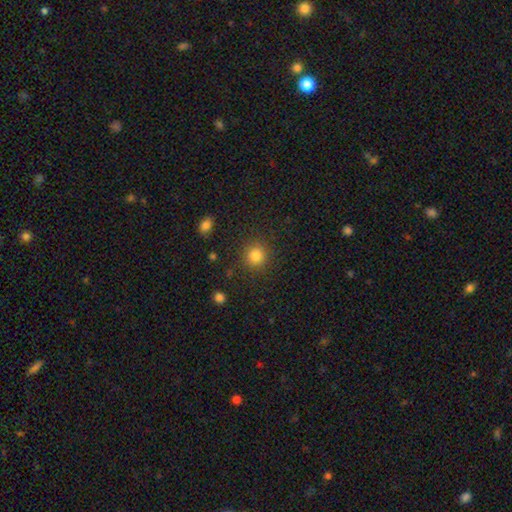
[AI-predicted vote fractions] Morphology: type=smooth (83%); roundness=round (92%); merging=none (88%).